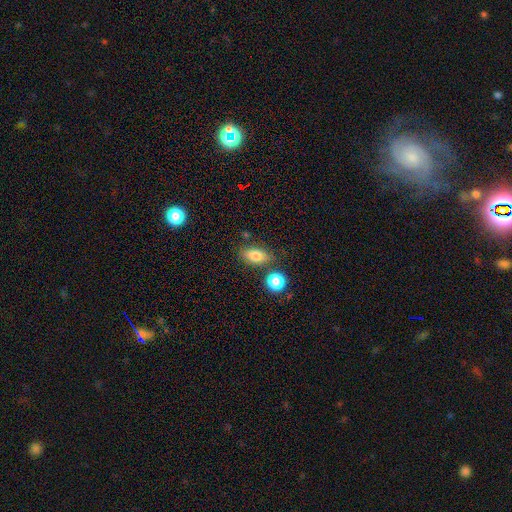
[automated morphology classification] A smooth galaxy with no disk features (79%) that is in between round and cigar-shaped (83%).

Vote fractions:
- Smooth or featured? smooth: 79% / featured or disk: 11% / star or artifact: 10%
- How rounded? in between: 83% / round: 10% / cigar-shaped: 8%
- Merging? none: 75% / minor disturbance: 14% / merger: 8% / major disturbance: 4%